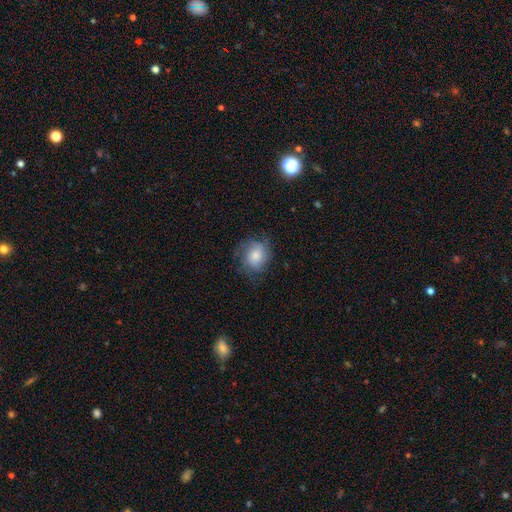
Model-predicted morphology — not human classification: Smooth or featured? smooth (70%)
How rounded? round (70%)
Merging? none (69%)